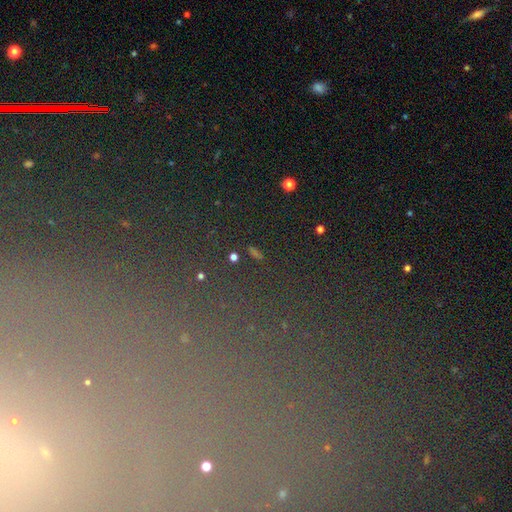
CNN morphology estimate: Overall: star or artifact (73%).